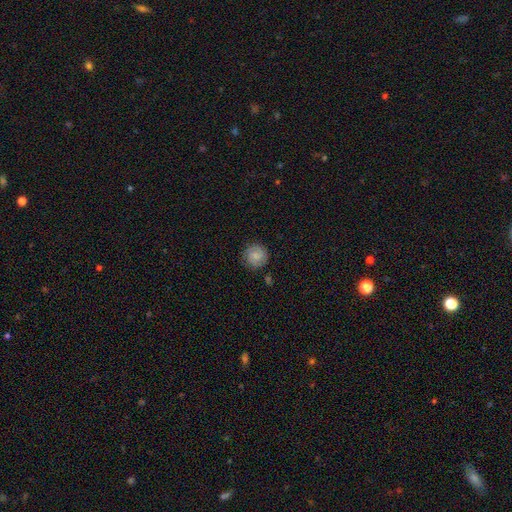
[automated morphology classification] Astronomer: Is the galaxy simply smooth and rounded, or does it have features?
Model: smooth — 53% (runner-up: featured or disk, 39%).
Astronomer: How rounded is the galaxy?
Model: round — 90%.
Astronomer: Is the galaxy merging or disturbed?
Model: none — 84%.